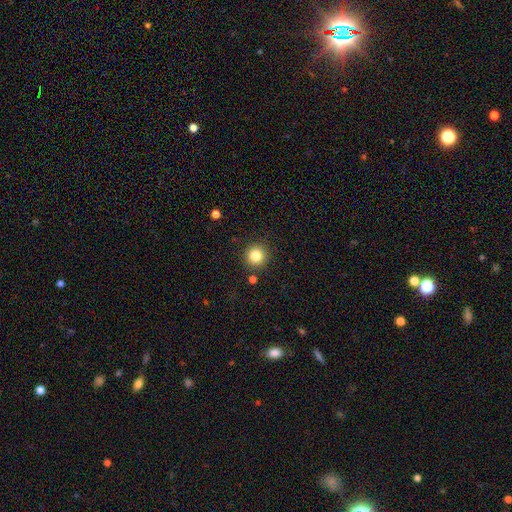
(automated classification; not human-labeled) The model was most divided on "smooth or featured": smooth: 84%, star or artifact: 11%, featured or disk: 5%. More confident: how rounded — round (95%); merging — none (89%).